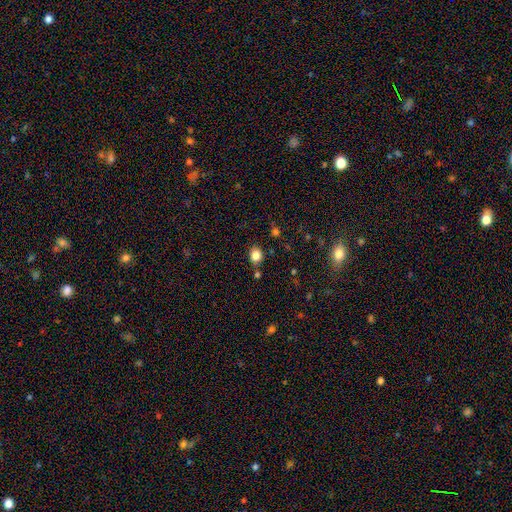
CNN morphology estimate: smooth 83%, star or artifact 11%, featured or disk 6%. Down the decision tree: how rounded — round (56%); merging — none (77%).